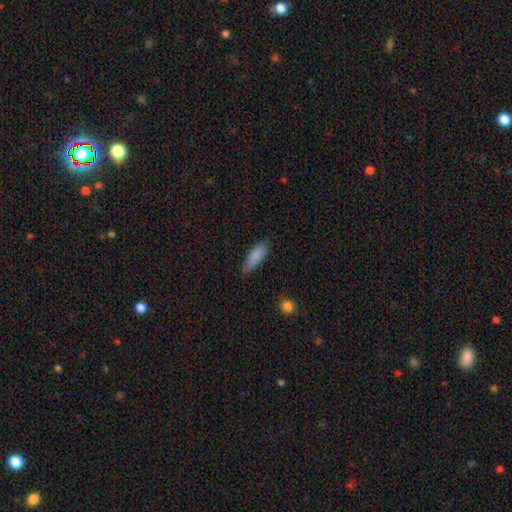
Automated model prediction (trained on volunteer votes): Overall: smooth (86%). How rounded: in between (69%; cigar-shaped 30%). Merging: none (74%).